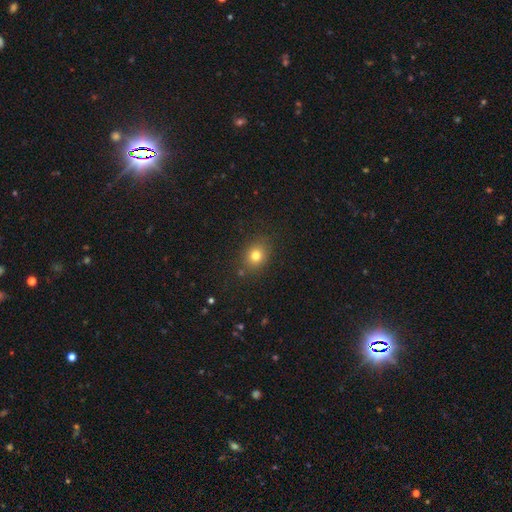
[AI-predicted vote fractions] Smooth or featured? smooth (78%)
How rounded? round (68%)
Merging? none (84%)